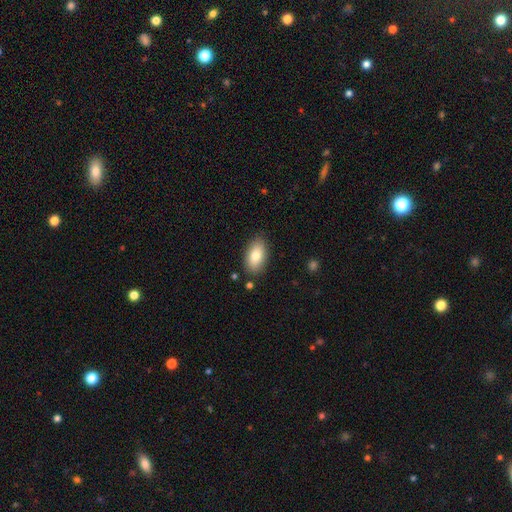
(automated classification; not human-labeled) Smooth or featured? Predicted: smooth (p=0.79). How rounded? Predicted: in between (p=0.92). Merging? Predicted: none (p=0.85).